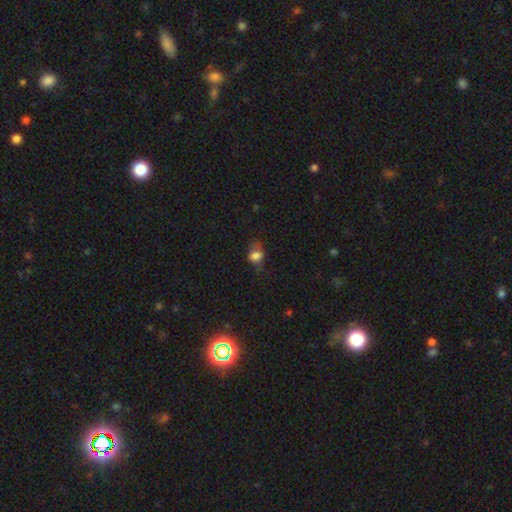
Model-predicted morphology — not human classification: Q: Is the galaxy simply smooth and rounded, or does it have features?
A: smooth — 72%.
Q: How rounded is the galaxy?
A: in between — 63%.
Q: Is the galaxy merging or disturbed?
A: none — 46%.